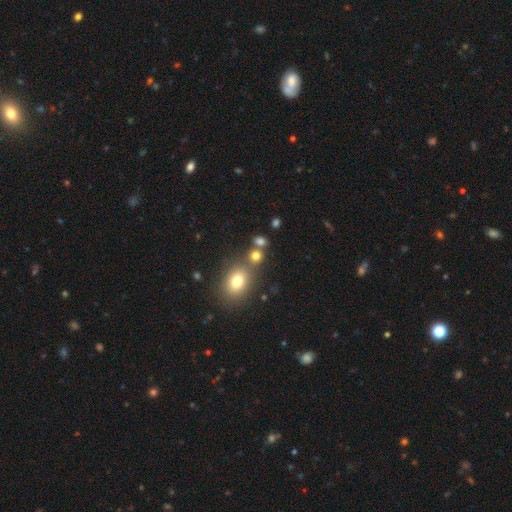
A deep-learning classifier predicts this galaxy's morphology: This is likely a smooth galaxy (76%). How rounded: likely round (66%). Merging: likely none (60%).